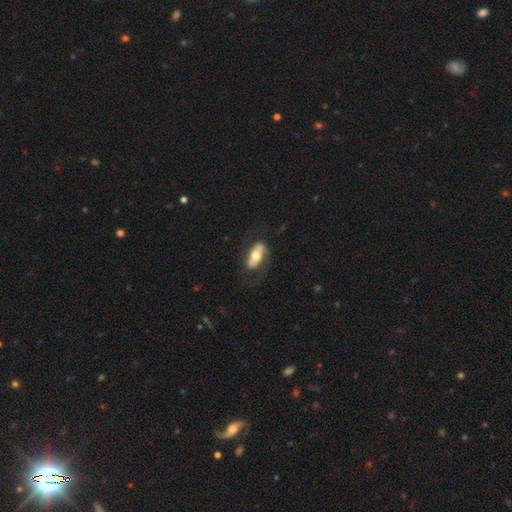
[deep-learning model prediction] Smooth or featured? smooth (49%)
Merging? none (61%)